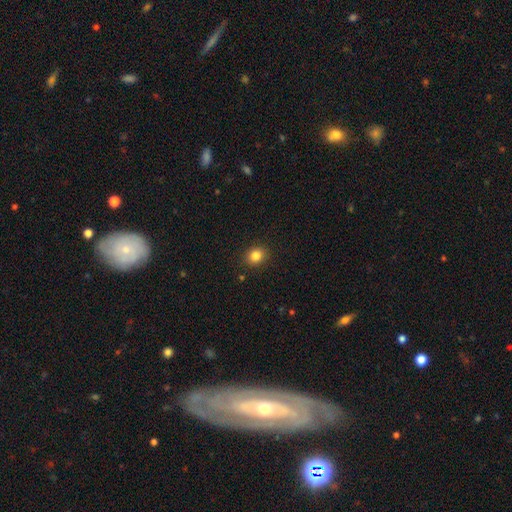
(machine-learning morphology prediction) smooth_or_featured: smooth (p=0.83) [alt: star or artifact p=0.11]
how_rounded: round (p=0.72) [alt: in between p=0.28]
merging: none (p=0.90) [alt: minor disturbance p=0.07]